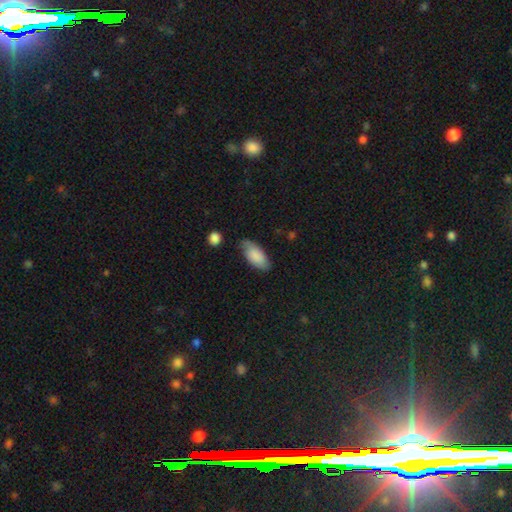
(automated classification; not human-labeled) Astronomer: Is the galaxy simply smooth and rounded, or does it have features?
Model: smooth — 83%.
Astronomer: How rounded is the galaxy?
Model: in between — 90%.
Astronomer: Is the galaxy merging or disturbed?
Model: none — 66%.